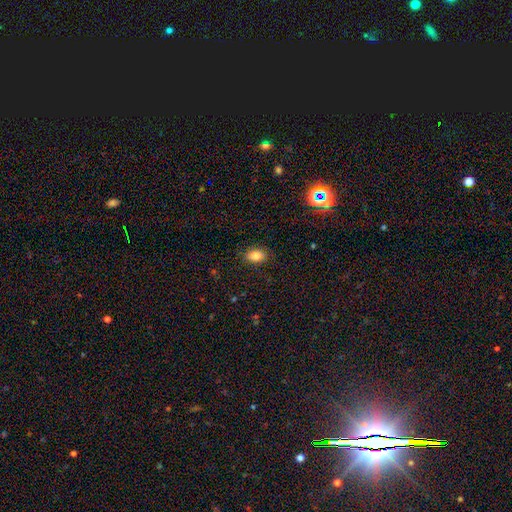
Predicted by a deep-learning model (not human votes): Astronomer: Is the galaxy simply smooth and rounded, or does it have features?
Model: smooth — 84%.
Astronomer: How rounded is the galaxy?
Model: in between — 83%.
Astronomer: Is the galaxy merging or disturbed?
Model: none — 84%.